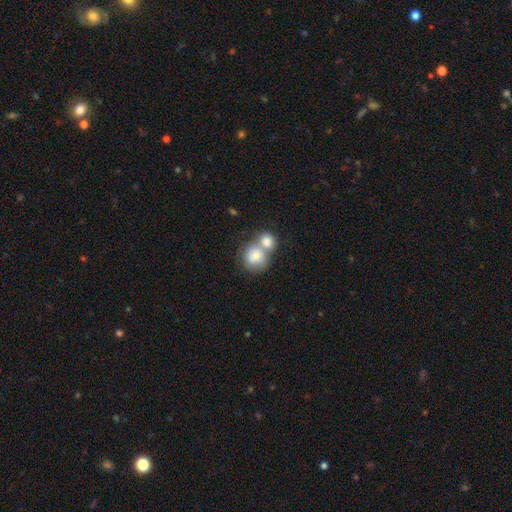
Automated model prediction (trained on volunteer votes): A smooth galaxy with no disk features (71%) that is round (81%). Merging: merger (61%).